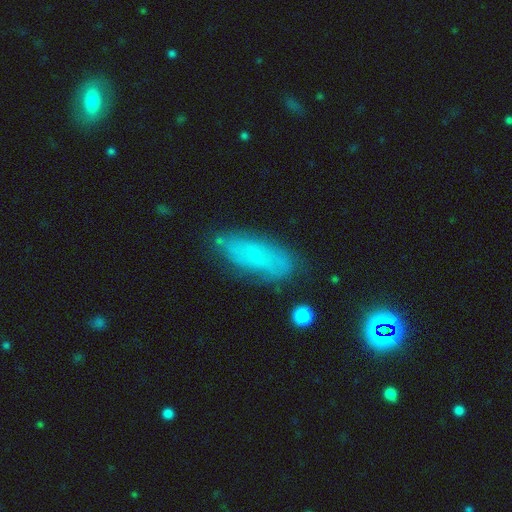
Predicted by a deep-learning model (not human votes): Smooth or featured? Predicted: smooth (p=0.57). How rounded? Predicted: in between (p=0.74). Merging? Predicted: none (p=0.72).